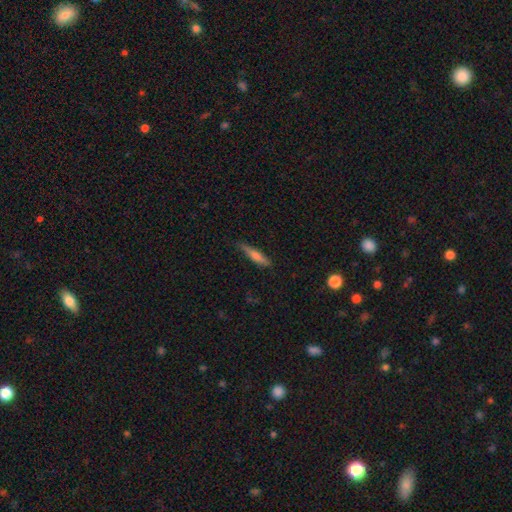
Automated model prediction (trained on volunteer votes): A smooth galaxy with no disk features (56%) that is cigar-shaped (87%). Merging: none (79%).